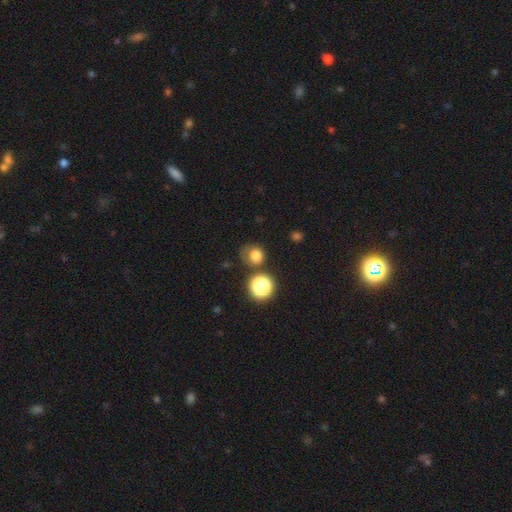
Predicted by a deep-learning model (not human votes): This appears to be a smooth galaxy with no disk features (76%) that is round (82%). Merging: none (60%).